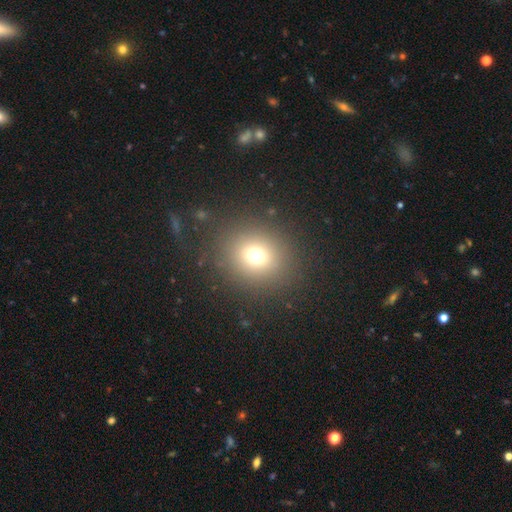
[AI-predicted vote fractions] smooth-or-featured: smooth: 71% | star or artifact: 18% | featured or disk: 10%
  how-rounded: round: 81% | in between: 18% | cigar-shaped: 1%
  merging: none: 85% | minor disturbance: 8% | major disturbance: 5% | merger: 2%